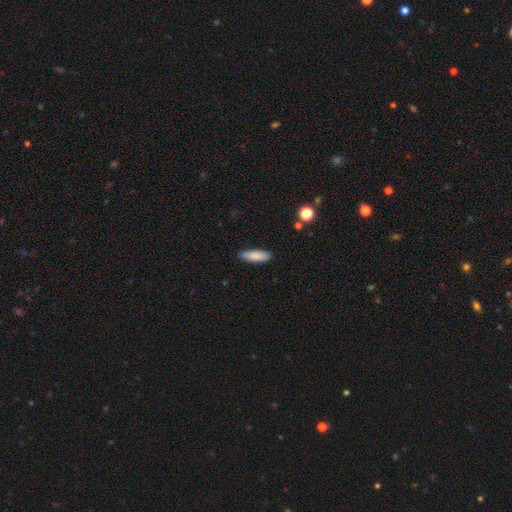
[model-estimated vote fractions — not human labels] Smooth or featured: smooth — 85% (featured or disk — 8%)
How rounded: cigar-shaped — 52% (in between — 46%)
Merging: none — 85% (minor disturbance — 11%)